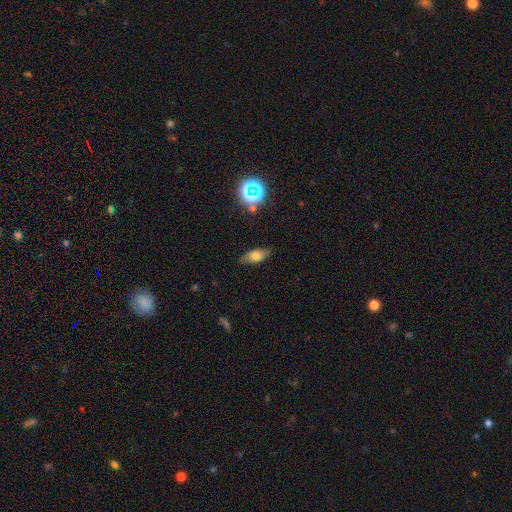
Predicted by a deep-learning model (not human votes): Overall: smooth (69%). How rounded: in between (82%). Merging: none (80%).